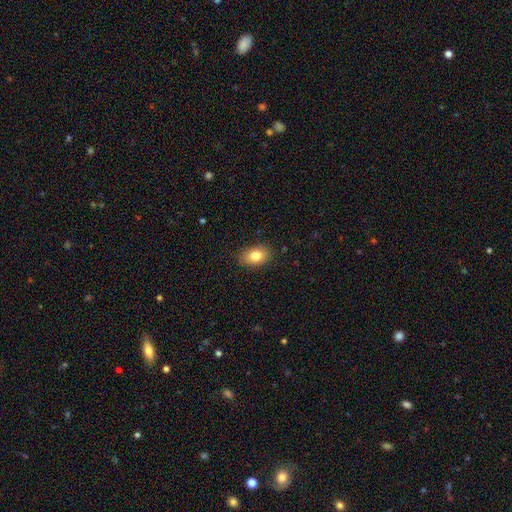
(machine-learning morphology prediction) The model was most divided on "how rounded": in between: 84%, round: 14%, cigar-shaped: 1%. More confident: merging — none (87%); smooth or featured — smooth (81%).